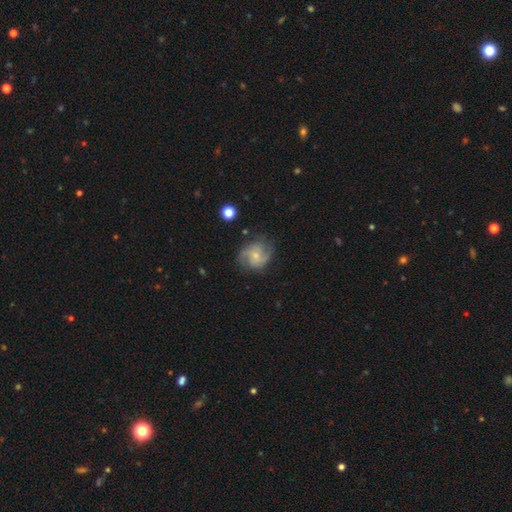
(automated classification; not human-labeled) Morphology: type=featured or disk (67%); edge-on=no (98%); bar=no (65%); spiral arms=yes (92%); winding=medium (47%); arm count=2 (57%); bulge=small (64%); merging=none (68%).